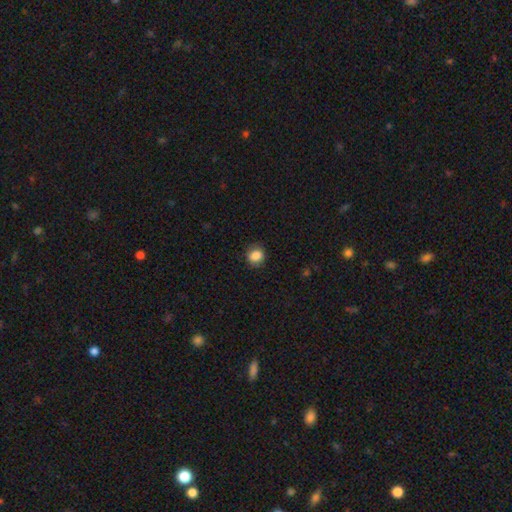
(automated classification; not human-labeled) A smooth galaxy with no disk features (85%) that is round (75%).

Vote fractions:
- Smooth or featured? smooth: 85% / star or artifact: 10% / featured or disk: 6%
- How rounded? round: 75% / in between: 24% / cigar-shaped: 1%
- Merging? none: 84% / minor disturbance: 12% / major disturbance: 3% / merger: 1%